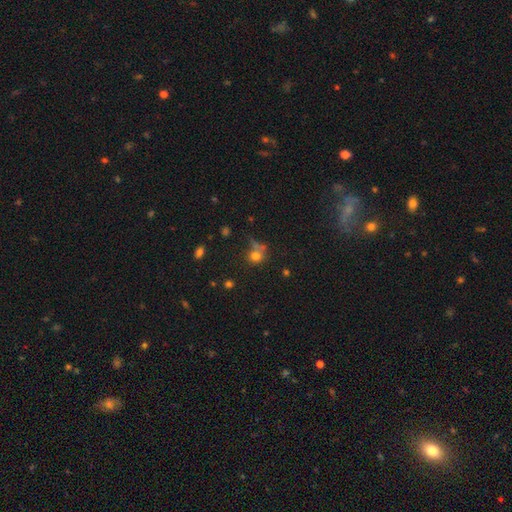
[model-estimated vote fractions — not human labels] Overall: smooth (72%). How rounded: round (78%). Merging: none (52%; merger 23%).